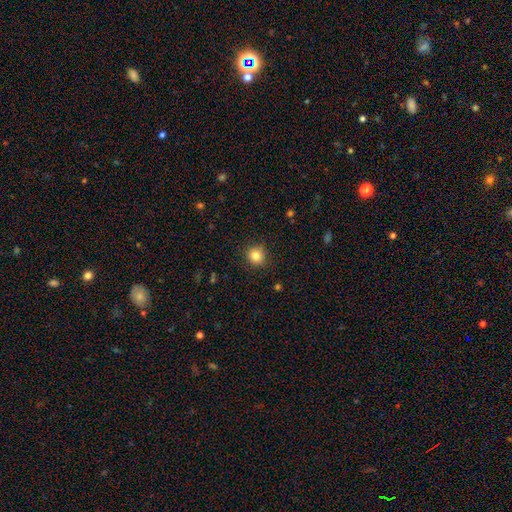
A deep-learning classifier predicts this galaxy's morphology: Smooth or featured: smooth — 83% (star or artifact — 11%)
How rounded: round — 90% (in between — 9%)
Merging: none — 89% (minor disturbance — 8%)